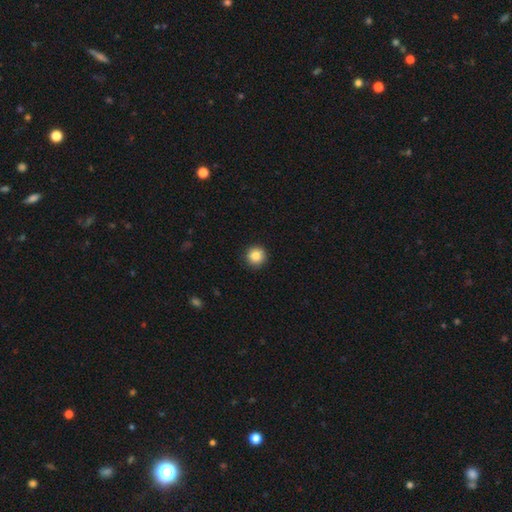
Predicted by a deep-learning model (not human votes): smooth_or_featured: smooth (p=0.87) [alt: star or artifact p=0.09]
how_rounded: round (p=0.95) [alt: in between p=0.04]
merging: none (p=0.92) [alt: minor disturbance p=0.06]